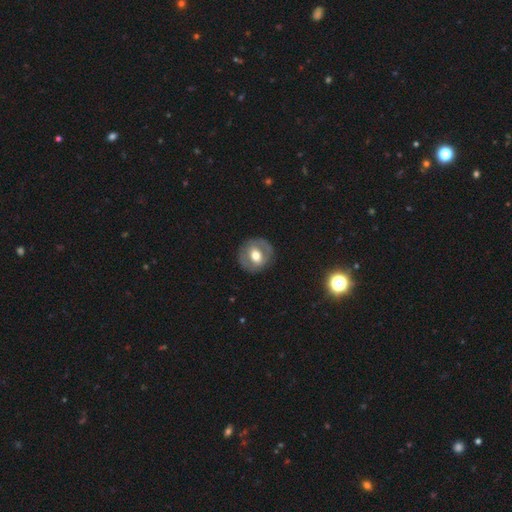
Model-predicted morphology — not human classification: This is possibly a featured or disk galaxy (50%). Merging: clearly none (84%).